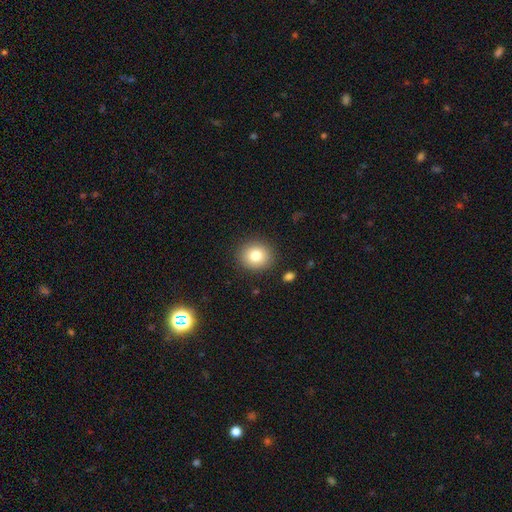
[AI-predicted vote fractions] A smooth galaxy with no disk features (80%) that is round (82%). Merging: none (89%).